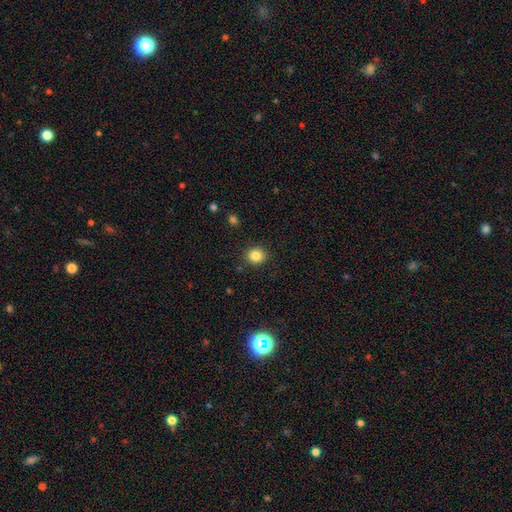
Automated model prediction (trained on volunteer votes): A smooth galaxy with no disk features (84%) that is round (74%). Merging: none (90%).